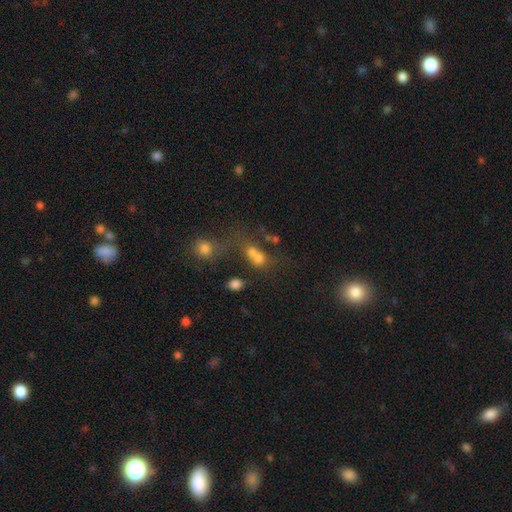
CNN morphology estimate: type=smooth (60%); roundness=round (50%); merging=merger (49%).